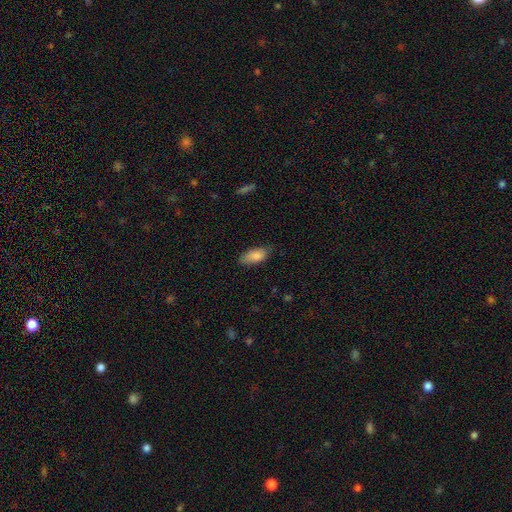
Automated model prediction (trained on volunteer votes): A smooth galaxy with no disk features (85%) that is in between round and cigar-shaped (86%). Merging: none (73%).